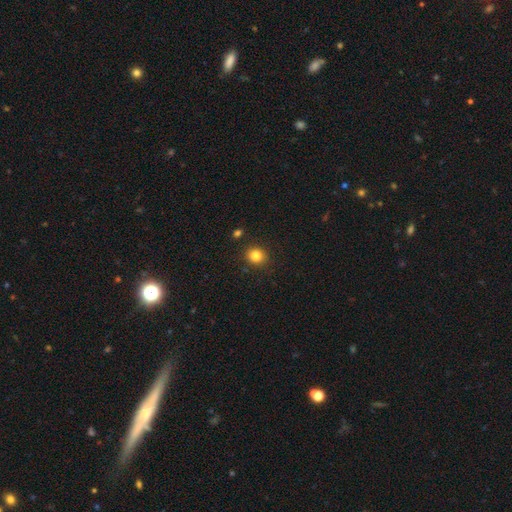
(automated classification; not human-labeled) smooth 83%, star or artifact 11%, featured or disk 5%. Down the decision tree: how rounded — round (81%); merging — none (88%).